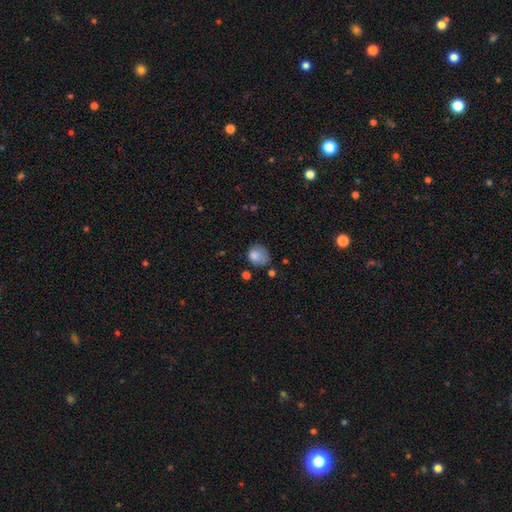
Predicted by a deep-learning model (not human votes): smooth-or-featured: smooth: 80% | featured or disk: 10% | star or artifact: 10%
  how-rounded: round: 62% | in between: 37% | cigar-shaped: 1%
  merging: none: 46% | minor disturbance: 33% | major disturbance: 16% | merger: 5%